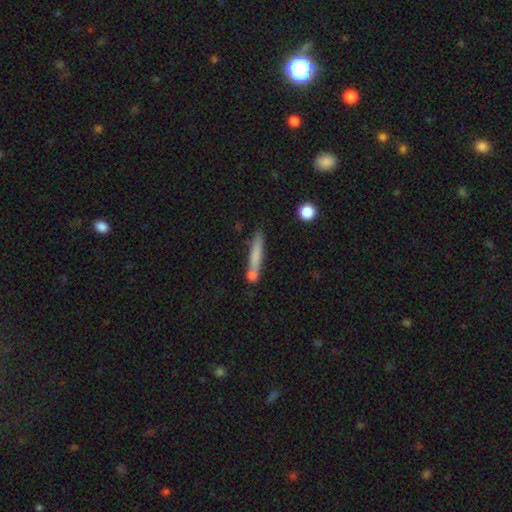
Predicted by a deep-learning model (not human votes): Q: Smooth or featured?
A: smooth (68%); runner-up: featured or disk (24%)
Q: How rounded?
A: cigar-shaped (92%); runner-up: in between (6%)
Q: Merging?
A: none (66%); runner-up: merger (15%)